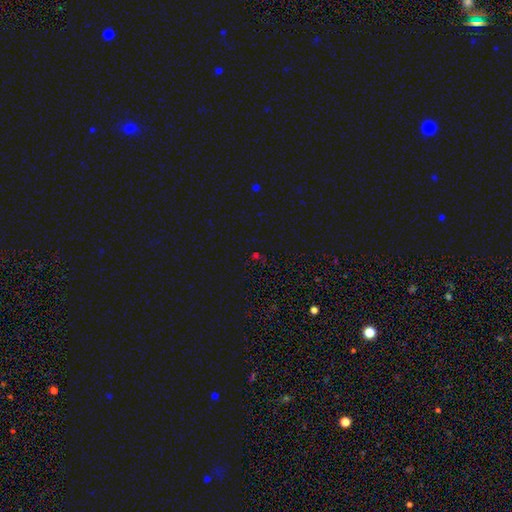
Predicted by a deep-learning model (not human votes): Smooth or featured?
  - star or artifact: 62% *
  - smooth: 30%
  - featured or disk: 8%